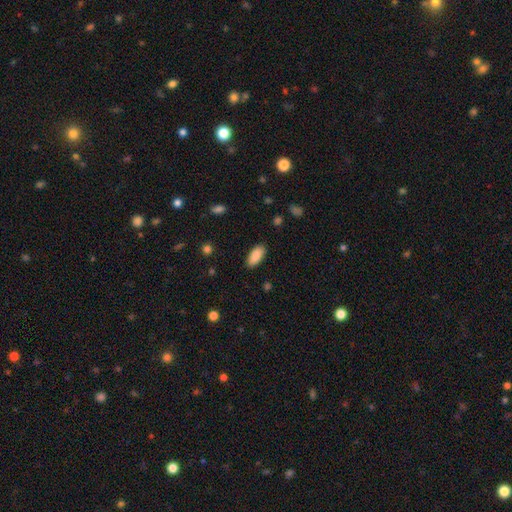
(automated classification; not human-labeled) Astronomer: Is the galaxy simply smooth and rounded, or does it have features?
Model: smooth — 89%.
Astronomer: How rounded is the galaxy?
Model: in between — 87%.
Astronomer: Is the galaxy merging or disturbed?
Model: none — 88%.